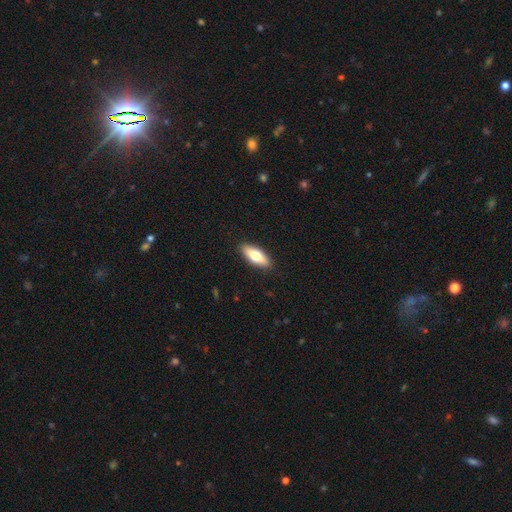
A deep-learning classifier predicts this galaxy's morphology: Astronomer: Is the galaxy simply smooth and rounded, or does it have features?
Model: smooth — 71%.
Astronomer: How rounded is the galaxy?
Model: in between — 71%.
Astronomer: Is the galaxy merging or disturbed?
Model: none — 90%.